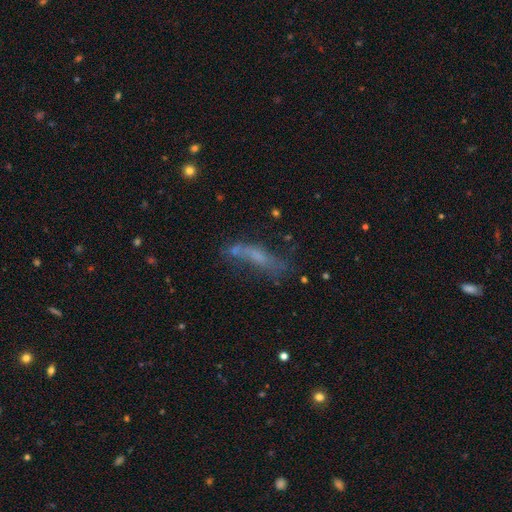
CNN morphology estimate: smooth-or-featured: smooth: 45% | featured or disk: 37% | star or artifact: 17%
  merging: none: 40% | major disturbance: 23% | minor disturbance: 21% | merger: 16%